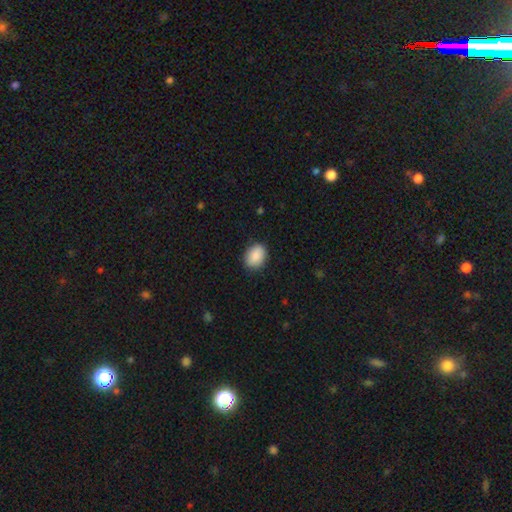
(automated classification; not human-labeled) The model was most divided on "how rounded": in between: 66%, round: 33%, cigar-shaped: 1%. More confident: smooth or featured — smooth (89%); merging — none (86%).